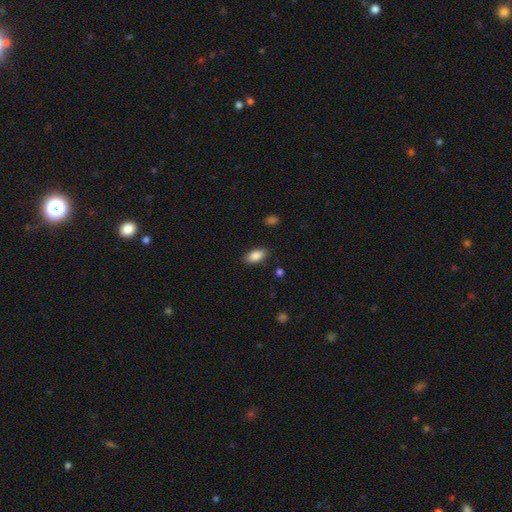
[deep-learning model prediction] smooth-or-featured: smooth: 88% | star or artifact: 7% | featured or disk: 5%
  how-rounded: in between: 91% | cigar-shaped: 5% | round: 4%
  merging: none: 86% | minor disturbance: 10% | major disturbance: 3% | merger: 1%